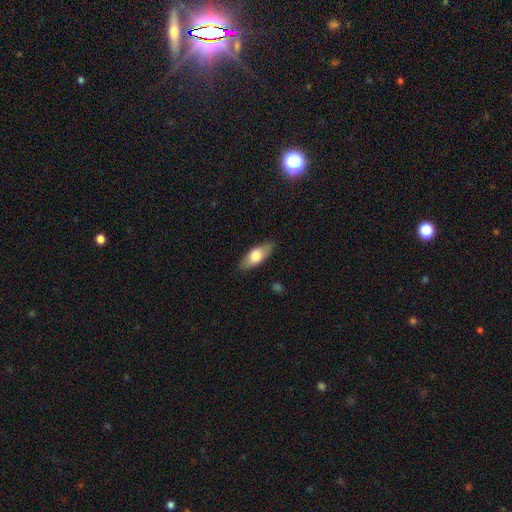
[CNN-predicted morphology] The model was most divided on "smooth or featured": smooth: 71%, featured or disk: 24%, star or artifact: 6%. More confident: merging — none (85%); how rounded — in between (78%).